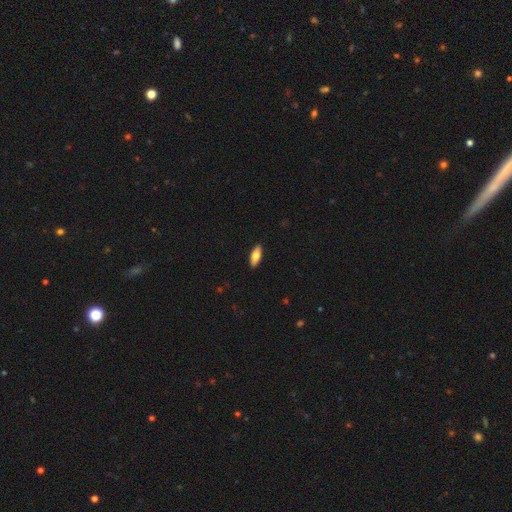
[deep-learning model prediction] Overall: smooth (74%). How rounded: in between (79%). Merging: none (90%).